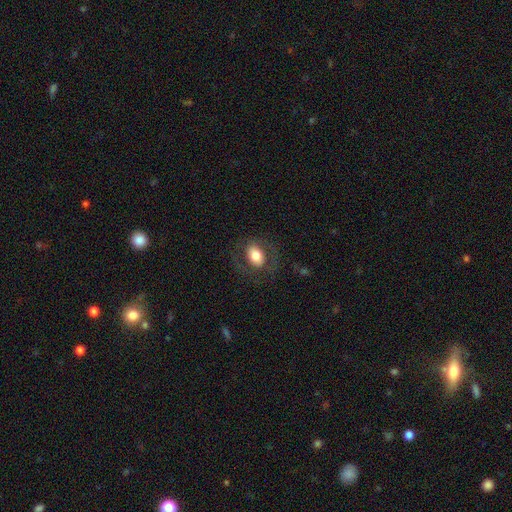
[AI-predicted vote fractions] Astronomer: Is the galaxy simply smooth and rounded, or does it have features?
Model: smooth — 66%.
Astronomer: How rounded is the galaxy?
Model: in between — 78%.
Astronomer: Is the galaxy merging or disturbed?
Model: none — 73%.